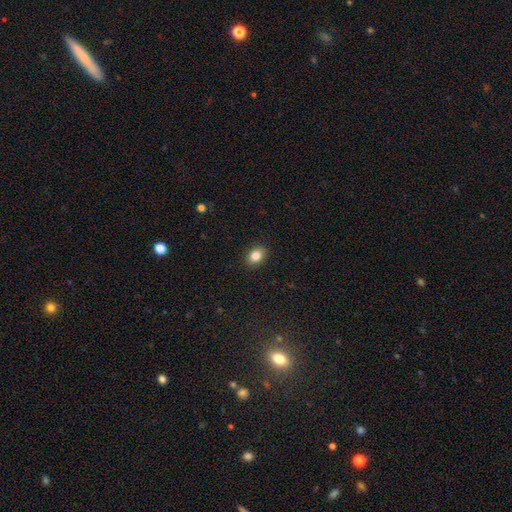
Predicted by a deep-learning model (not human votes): smooth_or_featured: smooth (p=0.84) [alt: star or artifact p=0.09]
how_rounded: in between (p=0.67) [alt: round p=0.32]
merging: none (p=0.90) [alt: minor disturbance p=0.08]